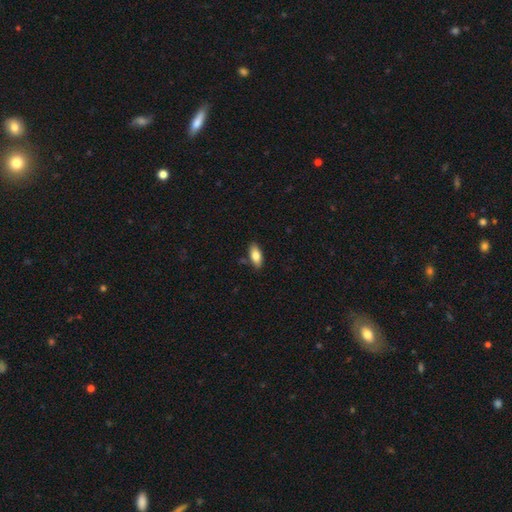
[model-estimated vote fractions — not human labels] Q: Smooth or featured?
A: smooth (80%); runner-up: featured or disk (13%)
Q: How rounded?
A: in between (86%); runner-up: cigar-shaped (11%)
Q: Merging?
A: none (84%); runner-up: minor disturbance (11%)